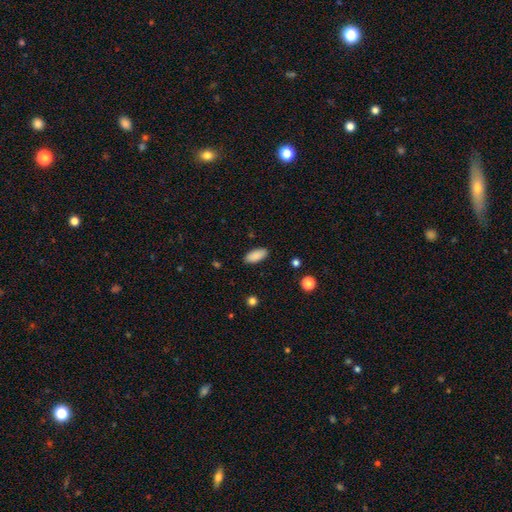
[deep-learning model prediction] Smooth or featured? Predicted: smooth (p=0.89). How rounded? Predicted: in between (p=0.89). Merging? Predicted: none (p=0.88).